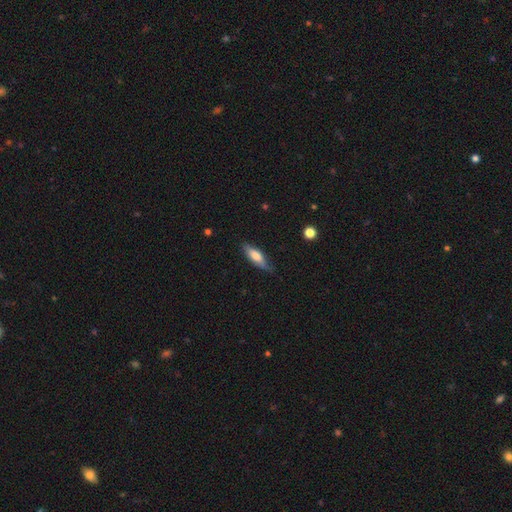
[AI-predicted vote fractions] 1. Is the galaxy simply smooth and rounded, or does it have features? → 67% smooth, 27% featured or disk, 6% star or artifact.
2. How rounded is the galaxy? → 49% in between (tied), 49% cigar-shaped (tied), 2% round.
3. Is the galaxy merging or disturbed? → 75% none, 20% minor disturbance, 4% major disturbance, 1% merger.